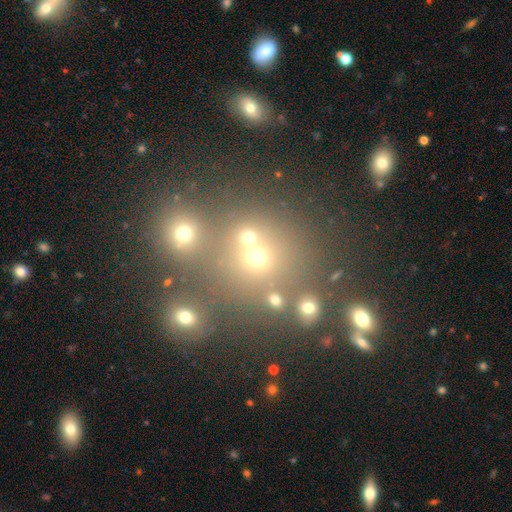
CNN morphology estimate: Overall: smooth (52%; star or artifact 34%). How rounded: round (85%). Merging: none (61%; merger 26%).